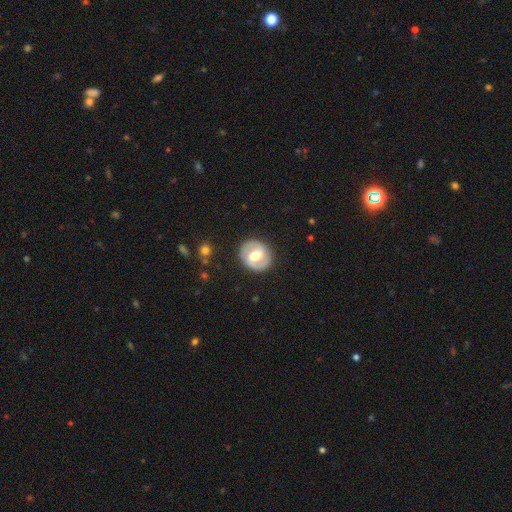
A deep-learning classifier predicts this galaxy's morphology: This is likely a featured or disk galaxy (75%). It is clearly not viewed edge-on (97%). Bar: marginally weak (45%). Spiral arm pattern: clearly yes (81%). Spiral arm count: clearly 2 (90%). Spiral winding: possibly medium (47%). Central bulge: likely moderate (67%). Merging: clearly none (87%).